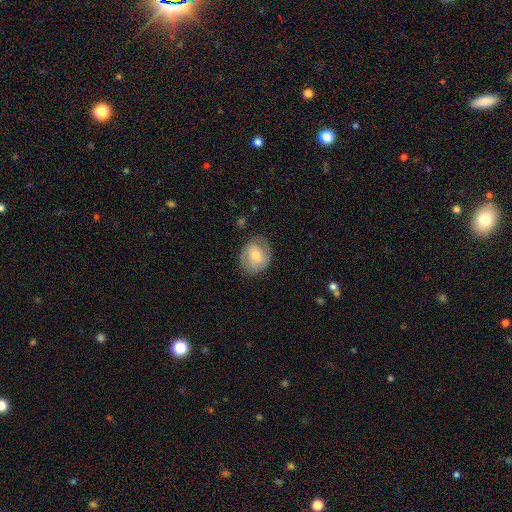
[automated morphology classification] type=smooth (47%); merging=none (75%).